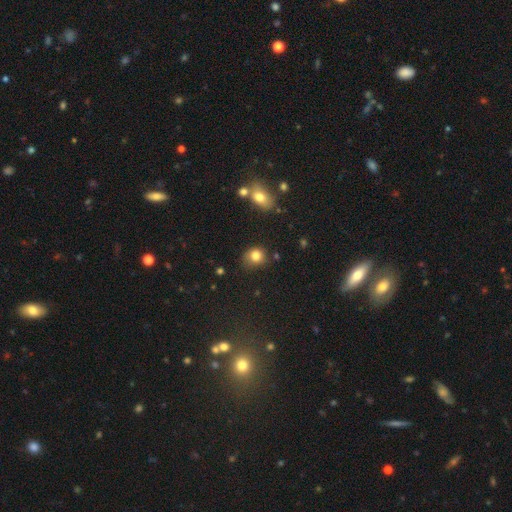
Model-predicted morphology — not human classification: smooth_or_featured: smooth (p=0.82) [alt: star or artifact p=0.11]
how_rounded: round (p=0.70) [alt: in between p=0.29]
merging: none (p=0.61) [alt: minor disturbance p=0.27]